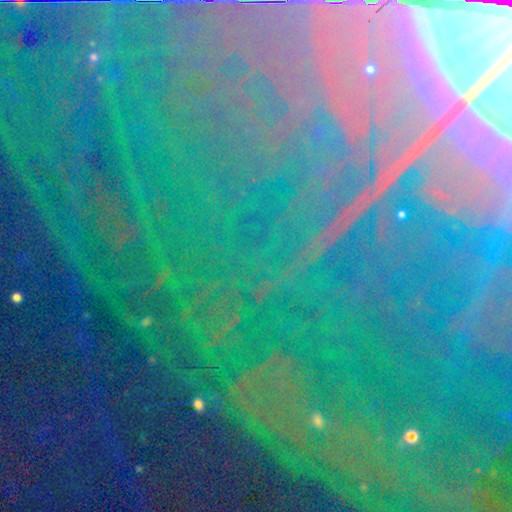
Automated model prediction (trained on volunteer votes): The model was most divided on "smooth or featured": star or artifact: 85%, featured or disk: 8%, smooth: 7%.